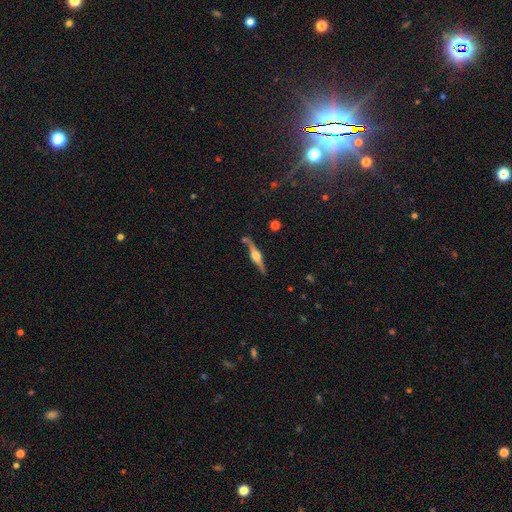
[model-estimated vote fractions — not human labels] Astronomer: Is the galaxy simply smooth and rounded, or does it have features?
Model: featured or disk — 80%.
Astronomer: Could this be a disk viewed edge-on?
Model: yes — 97%.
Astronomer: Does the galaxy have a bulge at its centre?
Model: rounded — 90%.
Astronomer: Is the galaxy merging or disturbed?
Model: none — 80%.